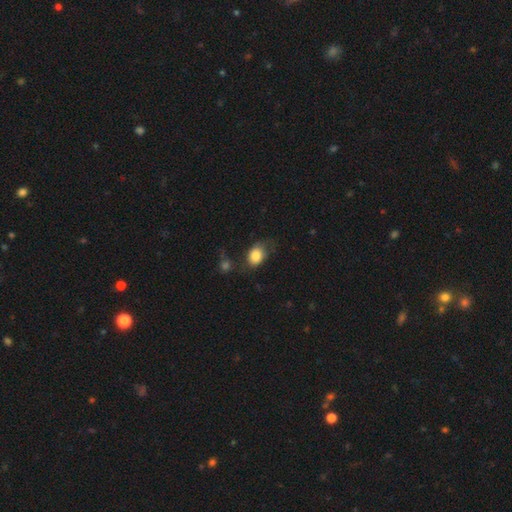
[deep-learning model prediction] smooth_or_featured: smooth (p=0.82) [alt: featured or disk p=0.10]
how_rounded: in between (p=0.65) [alt: round p=0.34]
merging: none (p=0.49) [alt: minor disturbance p=0.27]